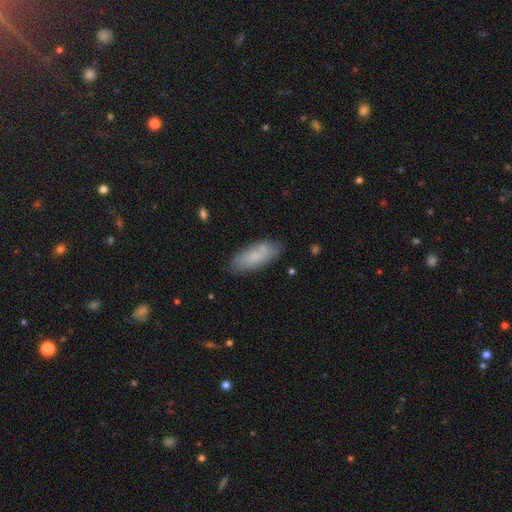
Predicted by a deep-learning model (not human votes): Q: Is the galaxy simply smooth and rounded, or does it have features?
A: smooth — 75%.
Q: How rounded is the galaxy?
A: in between — 74%.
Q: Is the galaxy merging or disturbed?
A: none — 79%.